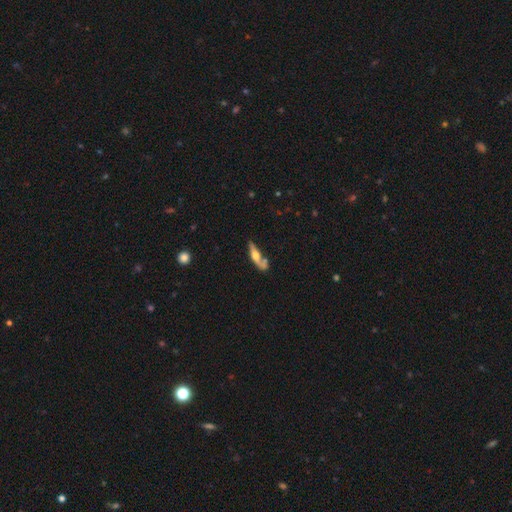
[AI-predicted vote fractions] featured or disk 51%, smooth 42%, star or artifact 6%. Down the decision tree: edge-on disk — yes (75%); merging — none (47%).